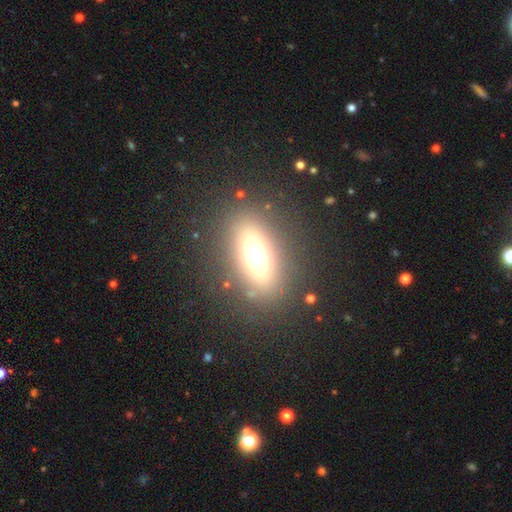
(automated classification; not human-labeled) A smooth galaxy with no disk features (55%) that is in between round and cigar-shaped (75%). Merging: none (84%).